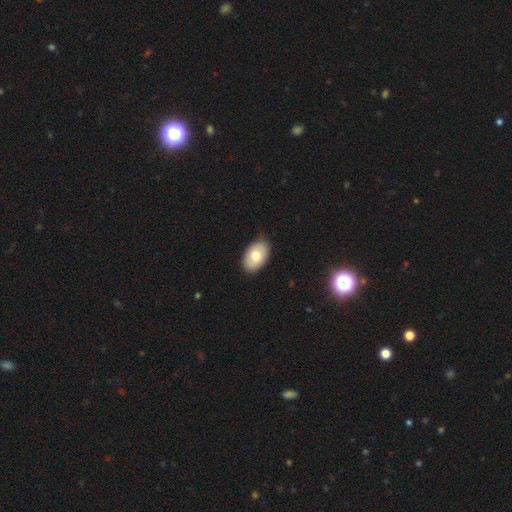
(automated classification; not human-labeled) smooth-or-featured: smooth: 72% | featured or disk: 21% | star or artifact: 7%
  how-rounded: in between: 90% | round: 9% | cigar-shaped: 1%
  merging: none: 84% | minor disturbance: 12% | major disturbance: 2% | merger: 1%